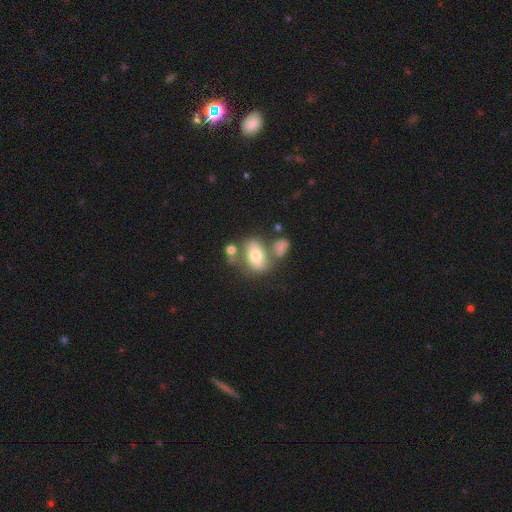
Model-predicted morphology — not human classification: smooth 65%, featured or disk 26%, star or artifact 8%. Down the decision tree: how rounded — in between (83%); merging — none (46%).